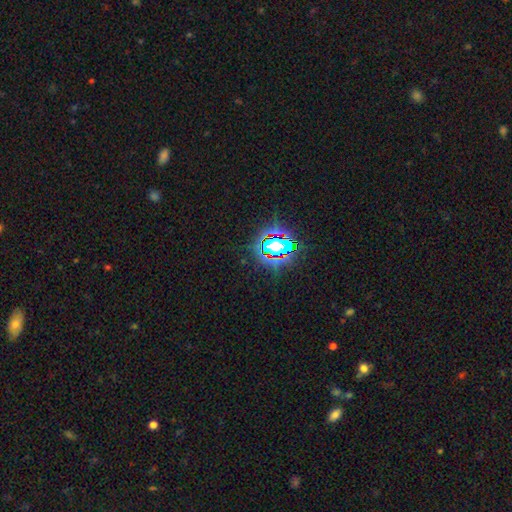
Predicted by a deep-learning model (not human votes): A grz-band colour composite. It shows a star or artifact, not a galaxy (81%).